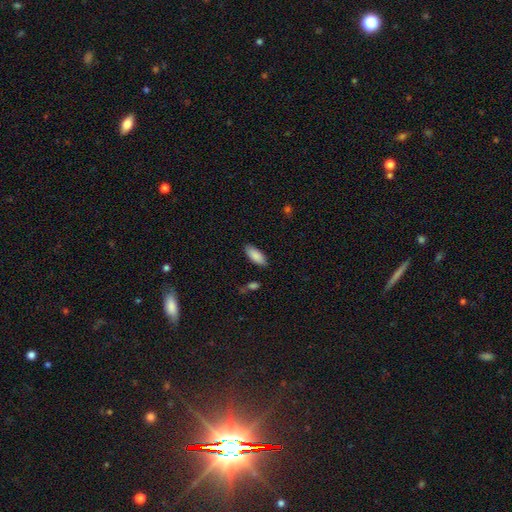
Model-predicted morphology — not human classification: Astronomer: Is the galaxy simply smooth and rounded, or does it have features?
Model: smooth — 88%.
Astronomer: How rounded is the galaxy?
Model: in between — 82%.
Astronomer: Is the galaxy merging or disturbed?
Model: none — 85%.